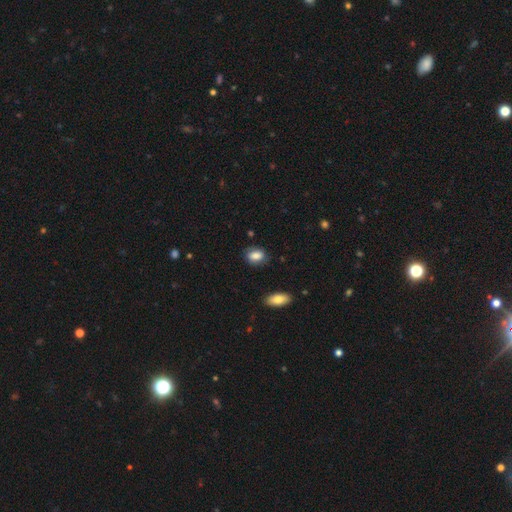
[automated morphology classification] Smooth or featured: smooth — 81% (featured or disk — 11%)
How rounded: in between — 77% (round — 20%)
Merging: none — 78% (minor disturbance — 16%)